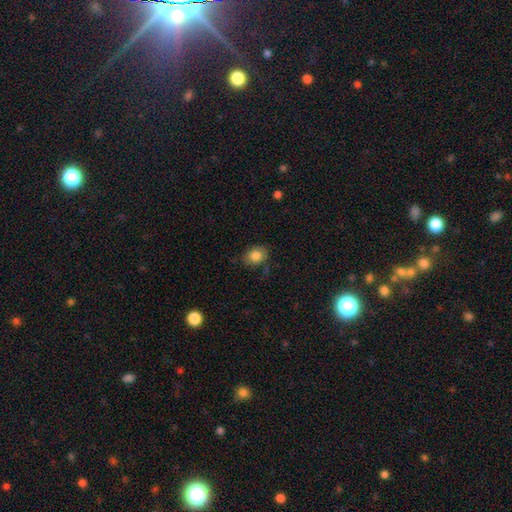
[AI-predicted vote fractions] Smooth or featured? smooth (83%)
How rounded? in between (55%)
Merging? none (75%)